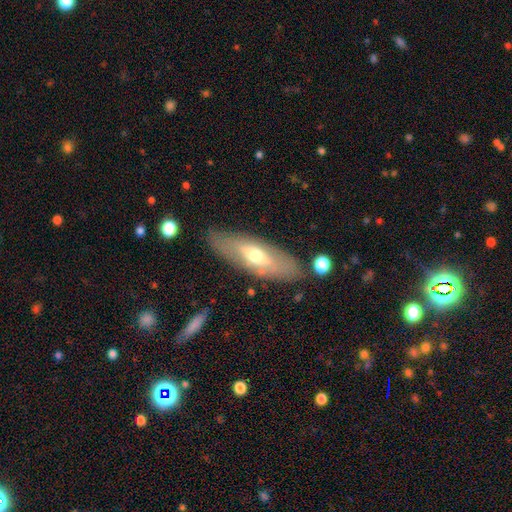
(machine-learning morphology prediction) smooth-or-featured: featured or disk: 47% | smooth: 46% | star or artifact: 6%
  merging: none: 81% | minor disturbance: 13% | major disturbance: 4% | merger: 2%